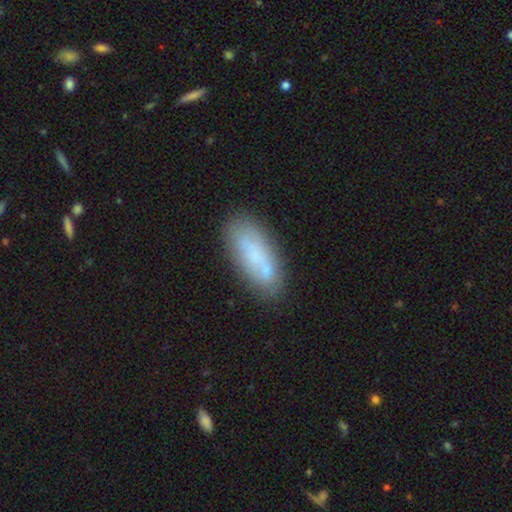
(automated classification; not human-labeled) A smooth galaxy with no disk features (63%) that is in between round and cigar-shaped (73%). Merging: none (66%).